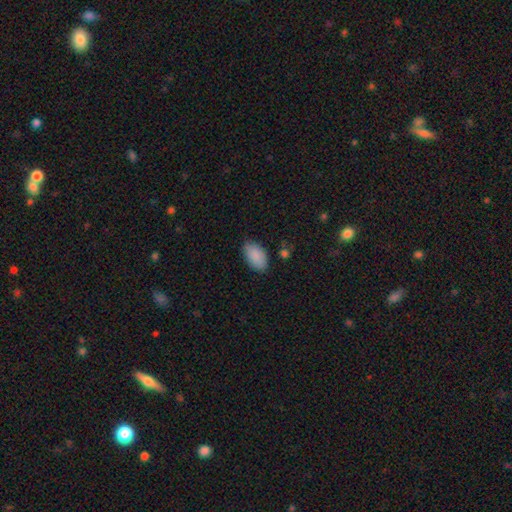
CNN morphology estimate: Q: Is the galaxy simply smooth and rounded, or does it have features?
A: smooth — 89%.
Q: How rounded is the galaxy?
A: in between — 94%.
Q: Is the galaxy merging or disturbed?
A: none — 81%.